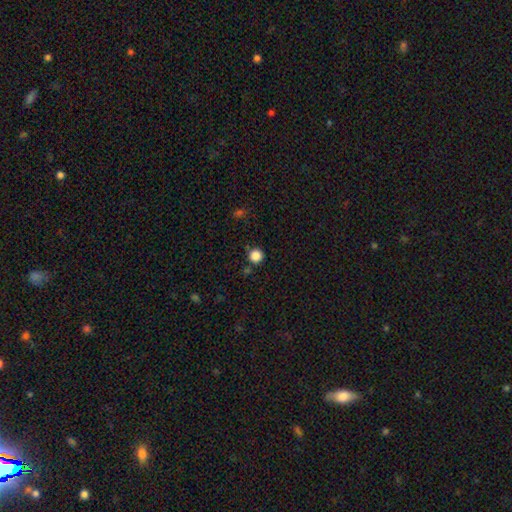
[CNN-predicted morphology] Overall: smooth (86%). How rounded: round (95%). Merging: none (87%).